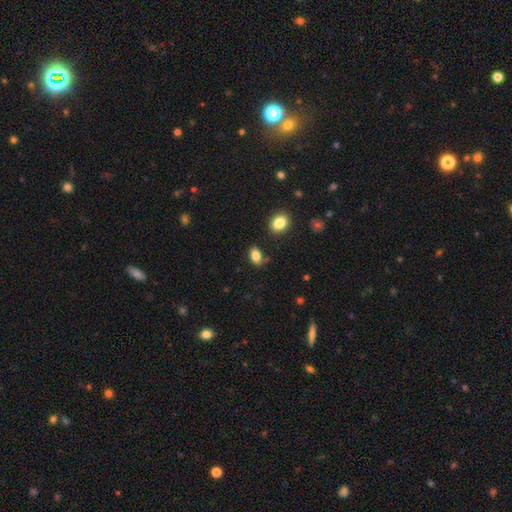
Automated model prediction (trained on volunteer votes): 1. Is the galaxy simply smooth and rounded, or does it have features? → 84% smooth, 9% star or artifact, 7% featured or disk.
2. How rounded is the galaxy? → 86% in between, 11% round, 3% cigar-shaped.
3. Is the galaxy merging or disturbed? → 76% none, 15% minor disturbance, 5% merger, 4% major disturbance.